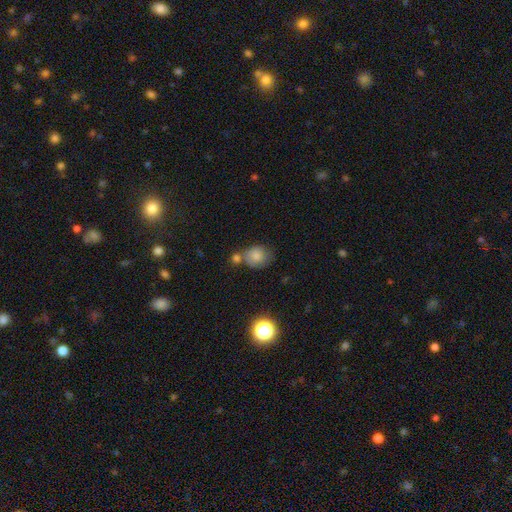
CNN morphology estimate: This is likely a smooth galaxy (77%). How rounded: likely round (62%). Merging: possibly none (49%).